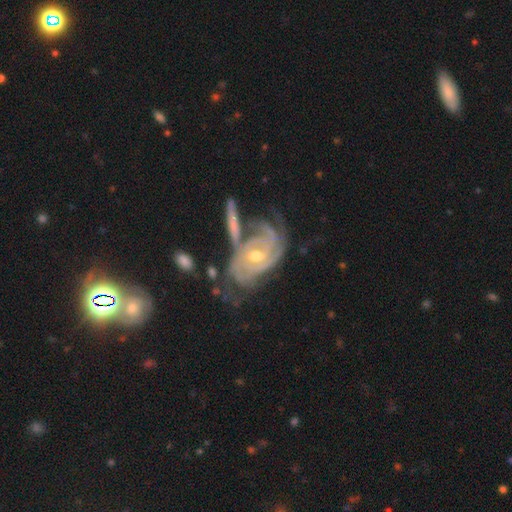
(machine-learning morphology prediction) smooth-or-featured: featured or disk: 88% | smooth: 6% | star or artifact: 6%
  disk-edge-on: no: 95% | yes: 5%
    bar: no: 61% | weak: 29% | strong: 10%
    has-spiral-arms: yes: 96% | no: 4%
      spiral-winding: tight: 68% | medium: 25% | loose: 6%
      spiral-arm-count: can't tell: 32% | 3: 24% | 2: 21% | 4: 12% | more than 4: 6% | 1: 5%
    bulge-size: moderate: 52% | small: 44% | large: 2% | none: 1% | dominant: 1%
  merging: none: 42% | minor disturbance: 22% | merger: 20% | major disturbance: 16%